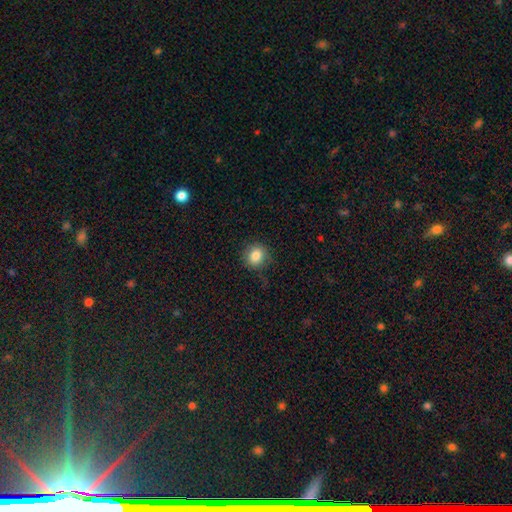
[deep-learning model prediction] A smooth galaxy with no disk features (84%) that is round (84%).

Vote fractions:
- Smooth or featured? smooth: 84% / star or artifact: 10% / featured or disk: 6%
- How rounded? round: 84% / in between: 15% / cigar-shaped: 1%
- Merging? none: 80% / minor disturbance: 15% / major disturbance: 4% / merger: 1%